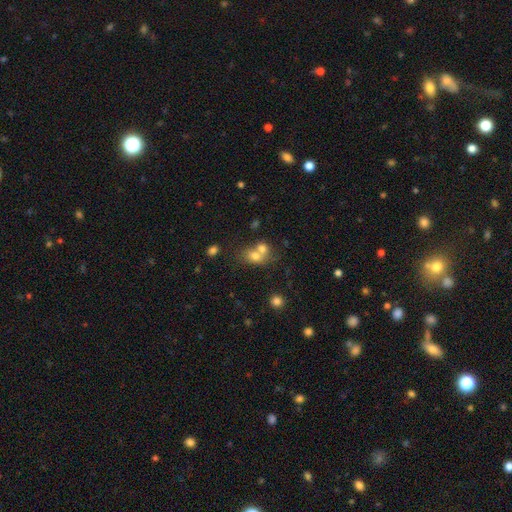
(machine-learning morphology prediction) smooth_or_featured: smooth (p=0.70) [alt: featured or disk p=0.16]
how_rounded: in between (p=0.50) [alt: round p=0.49]
merging: merger (p=0.59) [alt: none p=0.29]